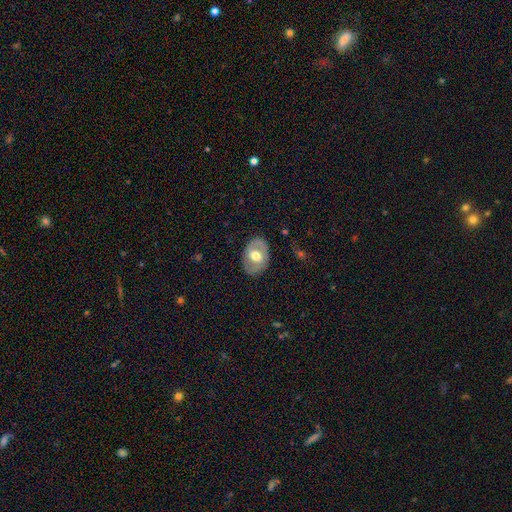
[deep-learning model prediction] This appears to be a featured or disk galaxy (48%). Merging: none (81%).